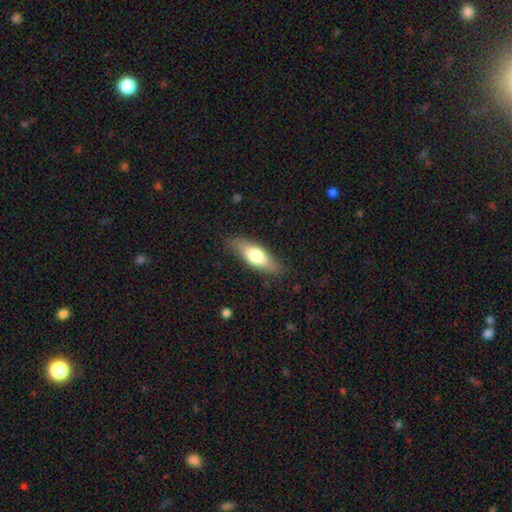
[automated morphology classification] Overall: smooth (63%; featured or disk 31%). How rounded: in between (61%; cigar-shaped 36%). Merging: none (82%).